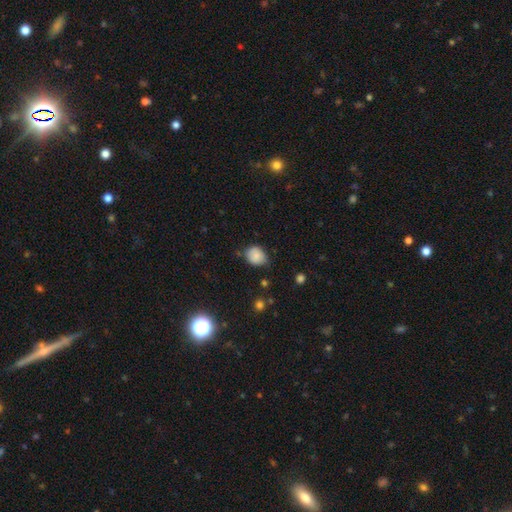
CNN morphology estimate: Smooth or featured: smooth — 80% (featured or disk — 10%)
How rounded: round — 54% (in between — 45%)
Merging: none — 64% (minor disturbance — 29%)